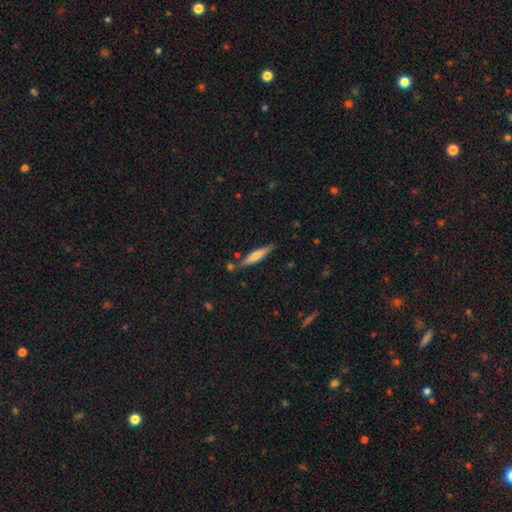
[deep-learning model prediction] Morphology: type=smooth (59%); roundness=cigar-shaped (89%); merging=none (81%).